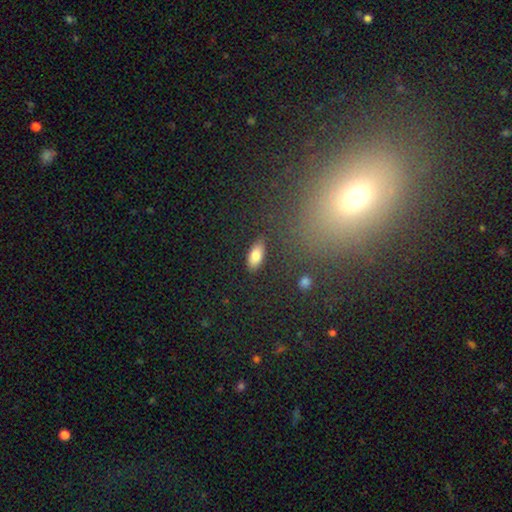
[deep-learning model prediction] A smooth galaxy with no disk features (81%) that is in between round and cigar-shaped (89%). Merging: none (86%).